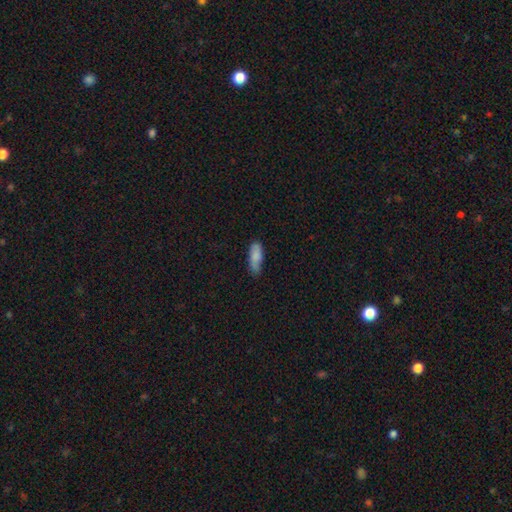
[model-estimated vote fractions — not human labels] Smooth or featured: smooth — 81% (featured or disk — 13%)
How rounded: in between — 70% (cigar-shaped — 28%)
Merging: none — 63% (minor disturbance — 29%)